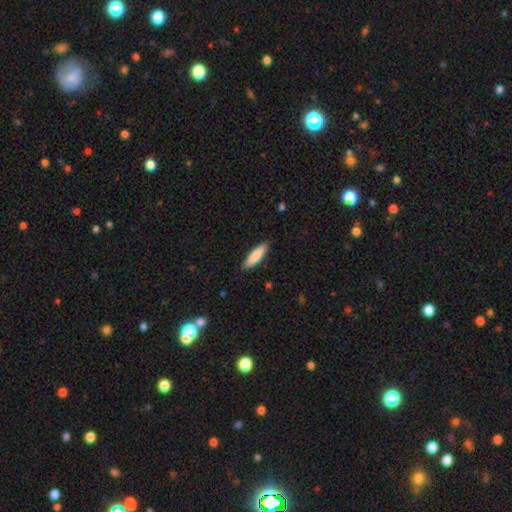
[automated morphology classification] Smooth or featured?
  - smooth: 83% *
  - featured or disk: 12%
  - star or artifact: 5%
How rounded?
  - cigar-shaped: 62% *
  - in between: 36%
  - round: 1%
Merging?
  - none: 88% *
  - minor disturbance: 9%
  - major disturbance: 2%
  - merger: 1%